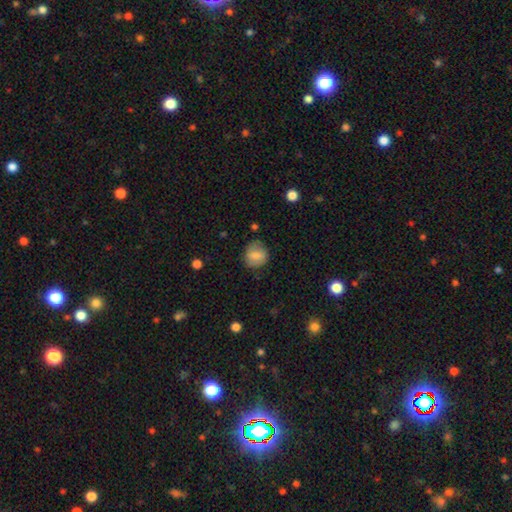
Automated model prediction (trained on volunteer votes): A smooth galaxy with no disk features (78%) that is round (80%).

Vote fractions:
- Smooth or featured? smooth: 78% / featured or disk: 14% / star or artifact: 8%
- How rounded? round: 80% / in between: 19% / cigar-shaped: 1%
- Merging? none: 74% / minor disturbance: 19% / major disturbance: 5% / merger: 2%